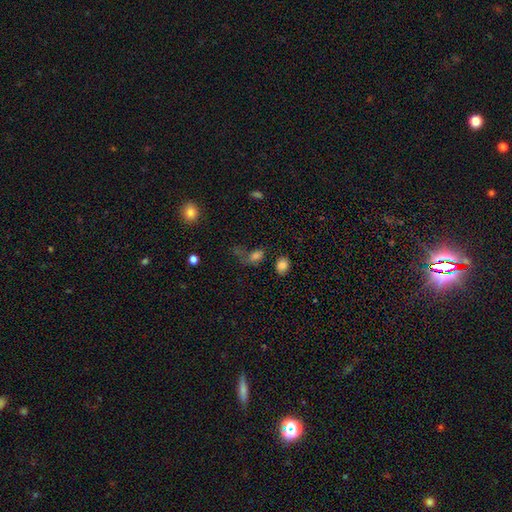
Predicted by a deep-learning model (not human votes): This is likely a smooth galaxy (65%). How rounded: likely in between (62%). Merging: possibly none (46%).